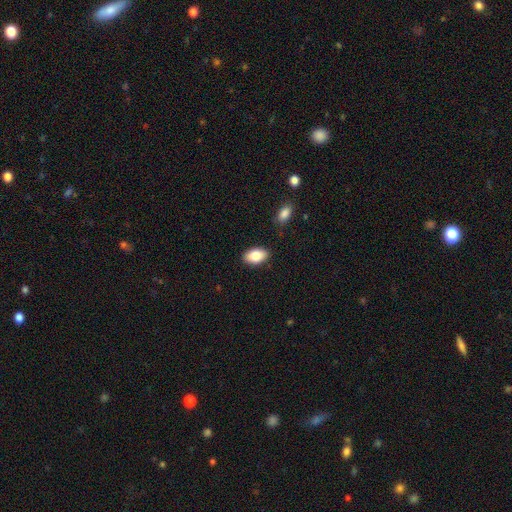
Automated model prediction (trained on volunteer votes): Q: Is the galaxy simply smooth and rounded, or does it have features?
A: smooth — 84%.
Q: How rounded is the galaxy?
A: in between — 92%.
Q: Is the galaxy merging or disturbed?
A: none — 87%.